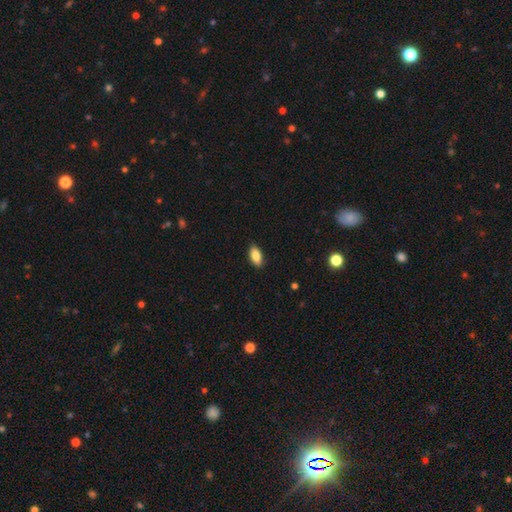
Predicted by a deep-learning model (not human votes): A smooth galaxy with no disk features (85%) that is in between round and cigar-shaped (89%). Merging: none (88%).